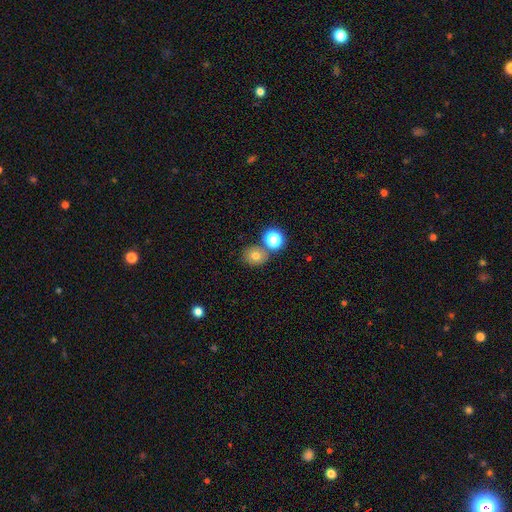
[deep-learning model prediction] smooth 72%, star or artifact 17%, featured or disk 11%. Down the decision tree: how rounded — round (69%); merging — none (67%).